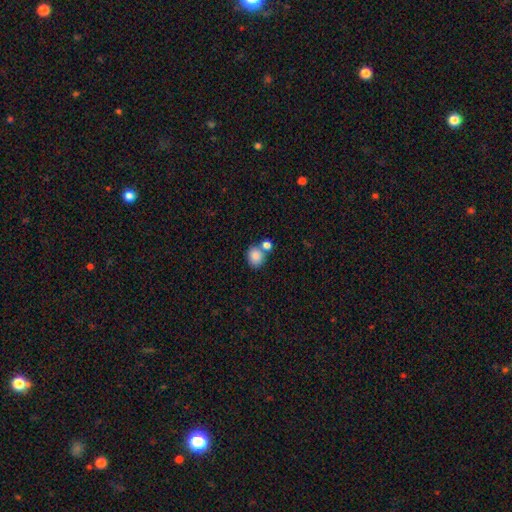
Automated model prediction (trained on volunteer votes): Q: Smooth or featured?
A: smooth (85%); runner-up: star or artifact (9%)
Q: How rounded?
A: round (72%); runner-up: in between (28%)
Q: Merging?
A: none (55%); runner-up: merger (31%)